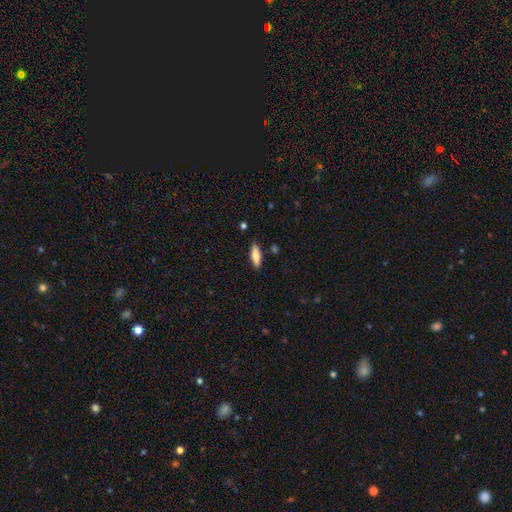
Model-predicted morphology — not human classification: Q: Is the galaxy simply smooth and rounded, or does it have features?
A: smooth — 79%.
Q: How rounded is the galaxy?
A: in between — 49%, tied with cigar-shaped.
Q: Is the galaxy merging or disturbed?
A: none — 85%.